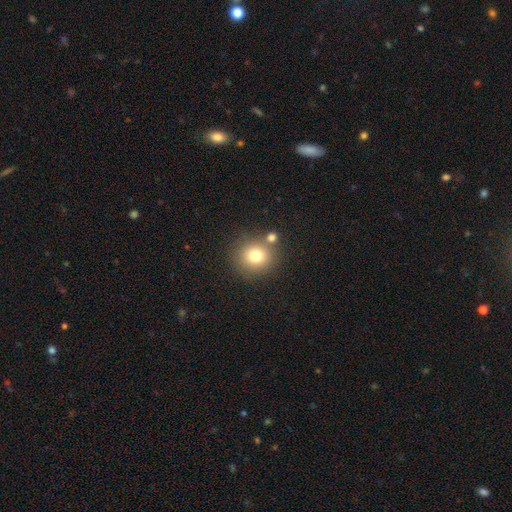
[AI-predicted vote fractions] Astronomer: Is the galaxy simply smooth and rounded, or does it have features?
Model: smooth — 77%.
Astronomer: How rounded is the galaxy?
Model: round — 88%.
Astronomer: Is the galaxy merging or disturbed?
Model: none — 73%.